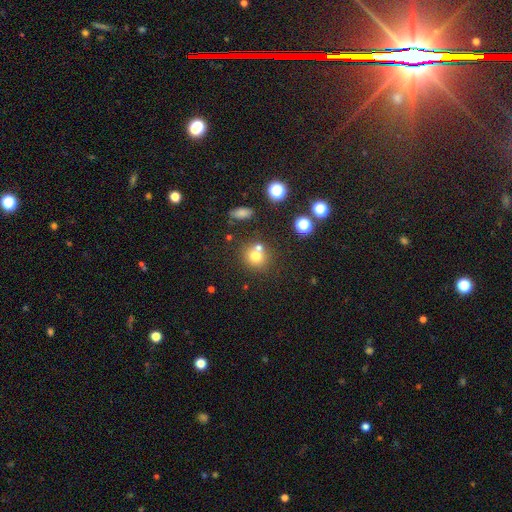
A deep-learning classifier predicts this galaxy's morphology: The model was most divided on "merging": none: 57%, merger: 30%, minor disturbance: 9%, major disturbance: 4%. More confident: how rounded — round (84%); smooth or featured — smooth (72%).